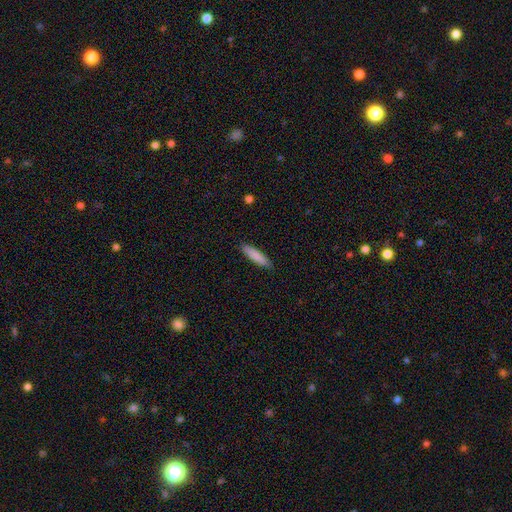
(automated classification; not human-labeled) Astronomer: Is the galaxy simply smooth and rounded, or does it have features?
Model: smooth — 86%.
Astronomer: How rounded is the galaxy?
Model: cigar-shaped — 75%.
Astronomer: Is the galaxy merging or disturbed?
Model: none — 88%.